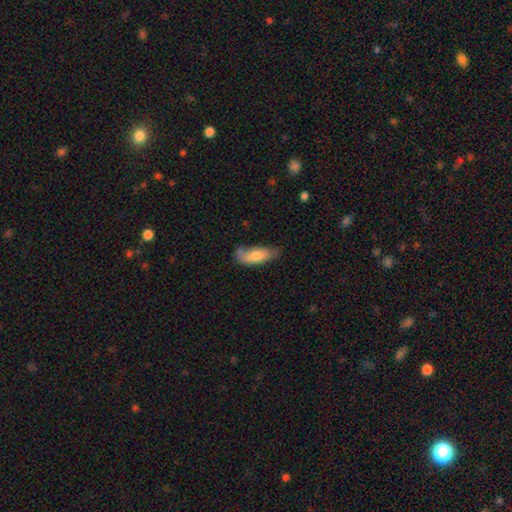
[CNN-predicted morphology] The model was most divided on "merging": none: 54%, minor disturbance: 31%, major disturbance: 12%, merger: 3%. More confident: smooth or featured — smooth (72%); how rounded — in between (70%).